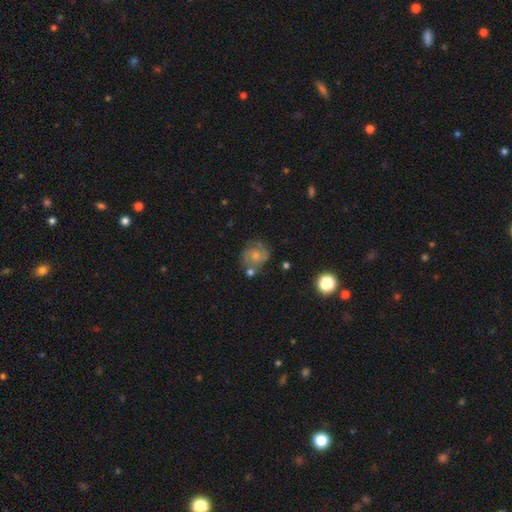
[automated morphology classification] smooth 53%, featured or disk 36%, star or artifact 11%. Down the decision tree: how rounded — round (73%); merging — none (52%).